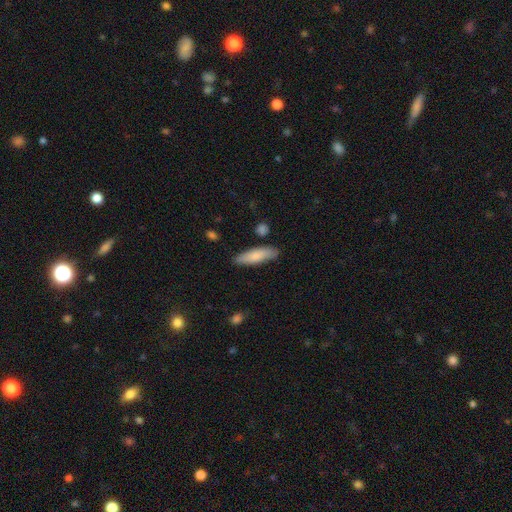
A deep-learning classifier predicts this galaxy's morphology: The model was most divided on "how rounded": cigar-shaped: 64%, in between: 34%, round: 2%. More confident: merging — none (84%); smooth or featured — smooth (81%).